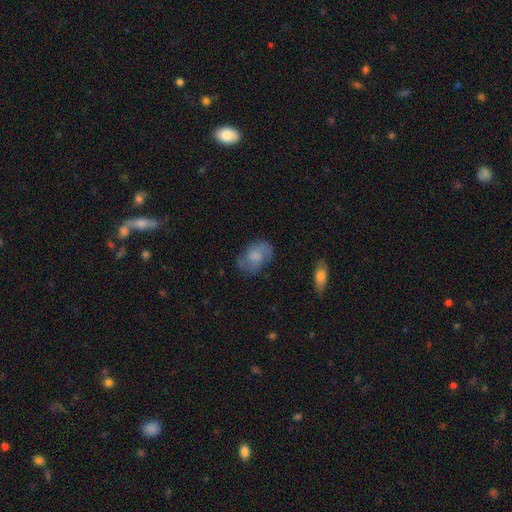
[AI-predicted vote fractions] smooth 54%, featured or disk 38%, star or artifact 8%. Down the decision tree: how rounded — in between (84%); merging — none (64%).